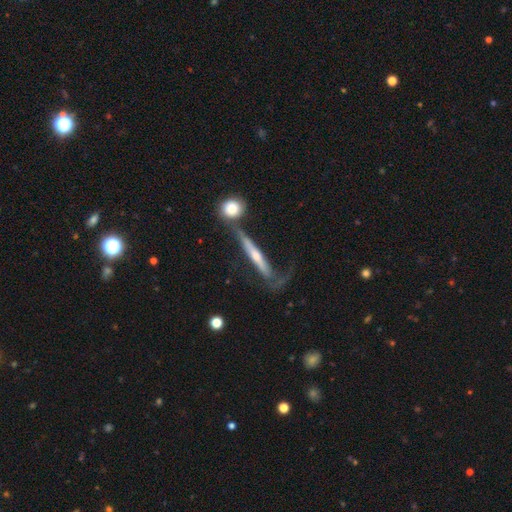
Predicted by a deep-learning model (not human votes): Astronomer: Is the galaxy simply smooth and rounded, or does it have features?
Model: featured or disk — 69%.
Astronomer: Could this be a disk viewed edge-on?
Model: yes — 84%.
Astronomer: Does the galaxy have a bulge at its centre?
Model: rounded — 66%.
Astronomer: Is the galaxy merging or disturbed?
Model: none — 42% (runner-up: major disturbance, 24%).